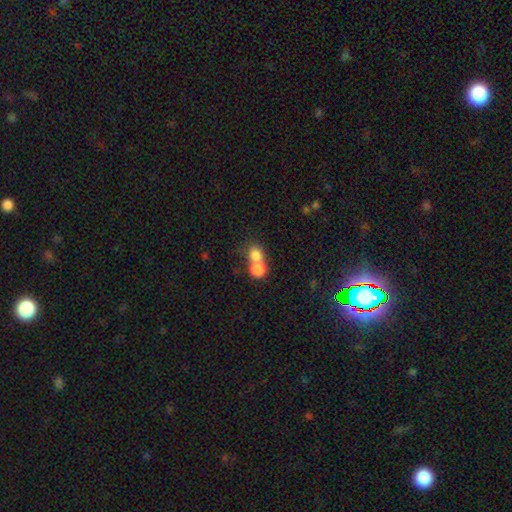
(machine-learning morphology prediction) smooth 79%, featured or disk 11%, star or artifact 10%. Down the decision tree: how rounded — round (77%); merging — merger (62%).